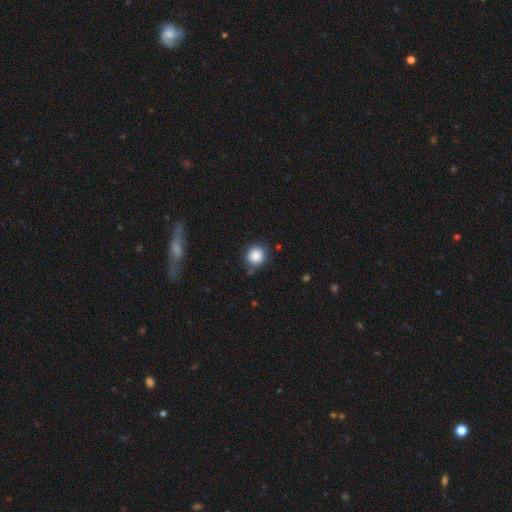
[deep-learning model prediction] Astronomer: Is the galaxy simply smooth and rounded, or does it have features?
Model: smooth — 87%.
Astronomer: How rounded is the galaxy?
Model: round — 91%.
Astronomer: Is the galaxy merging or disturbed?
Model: none — 73%.